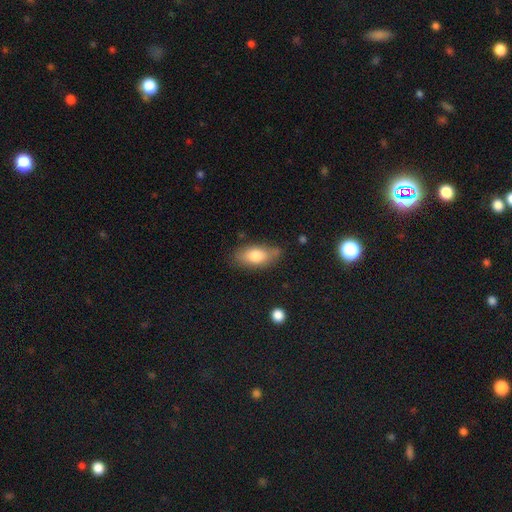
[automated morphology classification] smooth_or_featured: smooth (p=0.77) [alt: featured or disk p=0.17]
how_rounded: in between (p=0.86) [alt: cigar-shaped p=0.10]
merging: none (p=0.71) [alt: minor disturbance p=0.22]